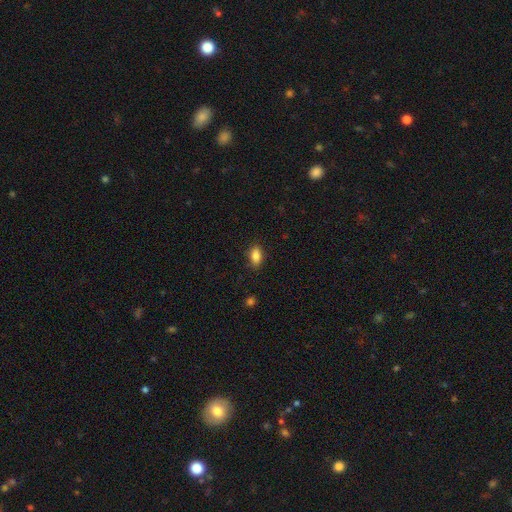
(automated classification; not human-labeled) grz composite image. It shows a smooth galaxy with no disk features (86%) that is in between round and cigar-shaped (89%). Merging: none (85%).